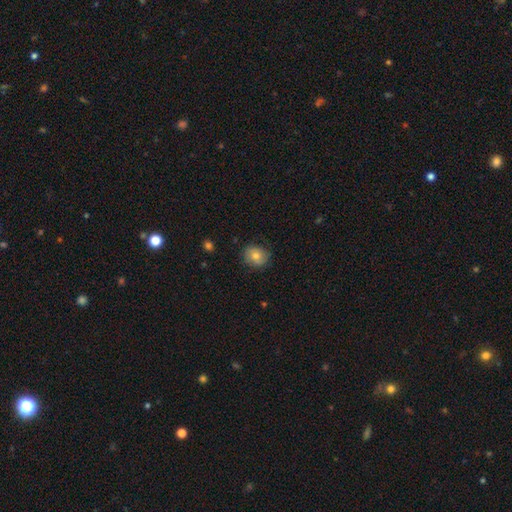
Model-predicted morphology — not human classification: Q: Smooth or featured?
A: smooth (74%); runner-up: featured or disk (17%)
Q: How rounded?
A: round (68%); runner-up: in between (31%)
Q: Merging?
A: none (80%); runner-up: minor disturbance (15%)